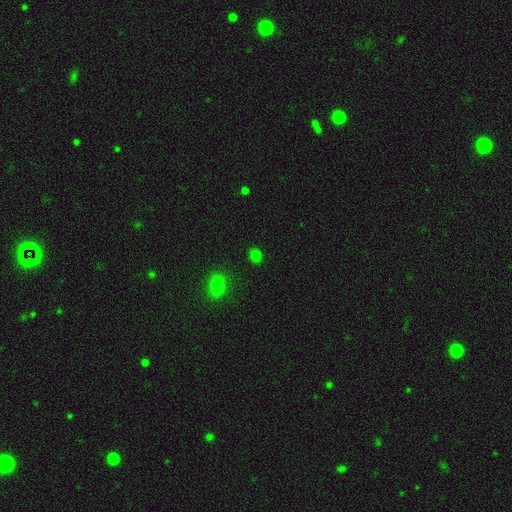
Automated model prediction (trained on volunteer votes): Smooth or featured: smooth — 77% (star or artifact — 19%)
How rounded: round — 71% (in between — 28%)
Merging: none — 88% (minor disturbance — 7%)